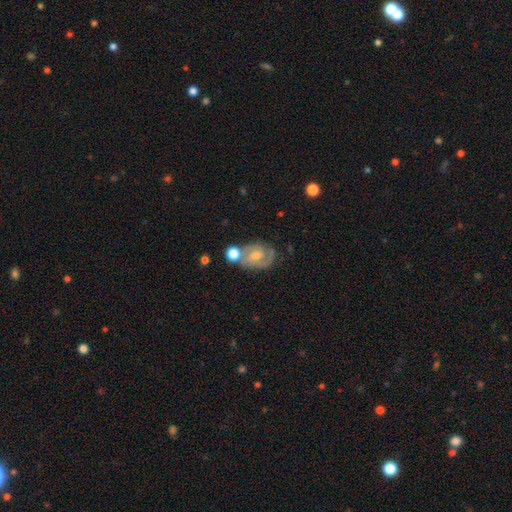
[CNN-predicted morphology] The model was most divided on "spiral winding": tight: 45%, medium: 42%, loose: 12%. Remaining: edge-on disk — no (96%); spiral arms — yes (90%); smooth or featured — featured or disk (73%); spiral arm count — 2 (71%); merging — none (60%); bulge size — moderate (51%); bar — weak (47%).